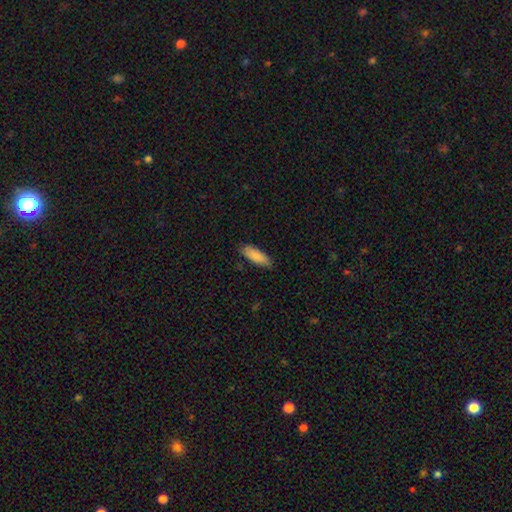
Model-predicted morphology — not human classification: Smooth or featured? smooth (87%)
How rounded? in between (67%)
Merging? none (84%)